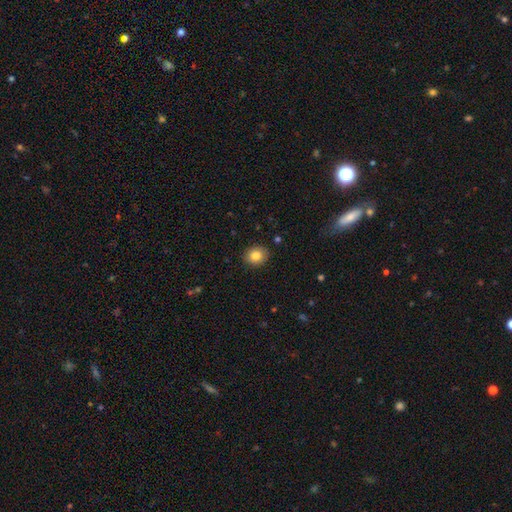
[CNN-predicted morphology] A smooth galaxy with no disk features (83%) that is round (62%). Merging: none (88%).